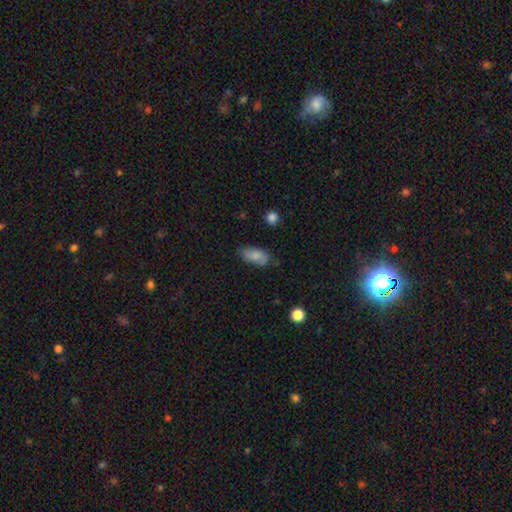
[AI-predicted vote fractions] This is likely a smooth galaxy (74%). How rounded: clearly in between (90%). Merging: likely none (70%).